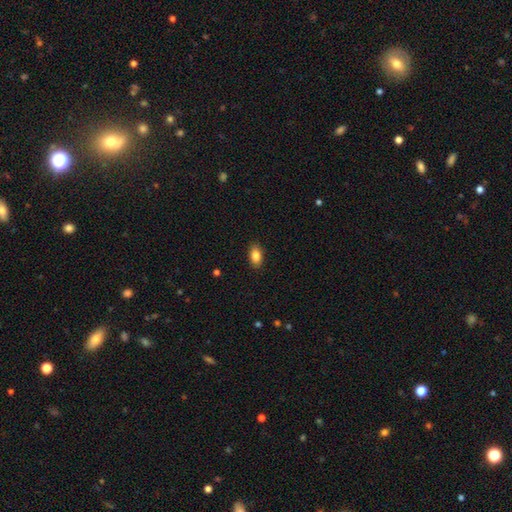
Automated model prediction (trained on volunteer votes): Smooth or featured?
  - smooth: 86% *
  - star or artifact: 8%
  - featured or disk: 6%
How rounded?
  - in between: 90% *
  - round: 7%
  - cigar-shaped: 3%
Merging?
  - none: 88% *
  - minor disturbance: 9%
  - major disturbance: 2%
  - merger: 1%